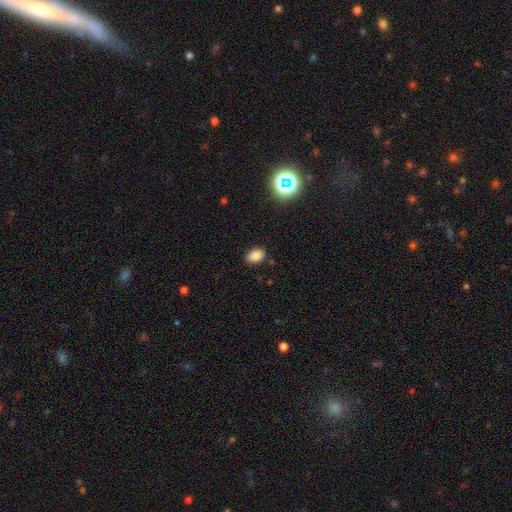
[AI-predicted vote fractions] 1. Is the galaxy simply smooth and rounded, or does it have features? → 83% smooth, 12% star or artifact, 5% featured or disk.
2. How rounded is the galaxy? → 84% in between, 15% round, 1% cigar-shaped.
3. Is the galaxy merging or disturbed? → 86% none, 10% minor disturbance, 3% major disturbance, 1% merger.